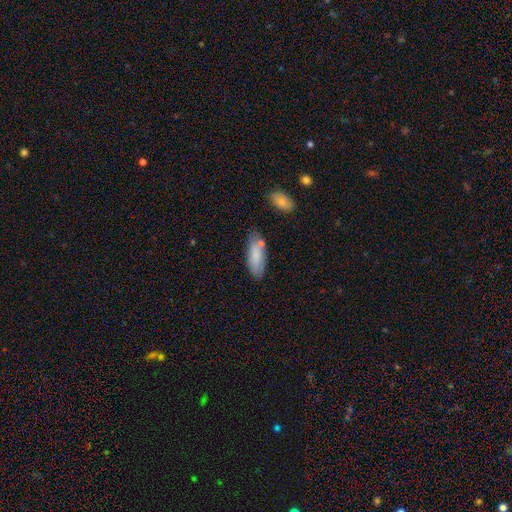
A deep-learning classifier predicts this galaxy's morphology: Smooth or featured: smooth — 81% (featured or disk — 13%)
How rounded: in between — 71% (cigar-shaped — 27%)
Merging: none — 68% (minor disturbance — 19%)